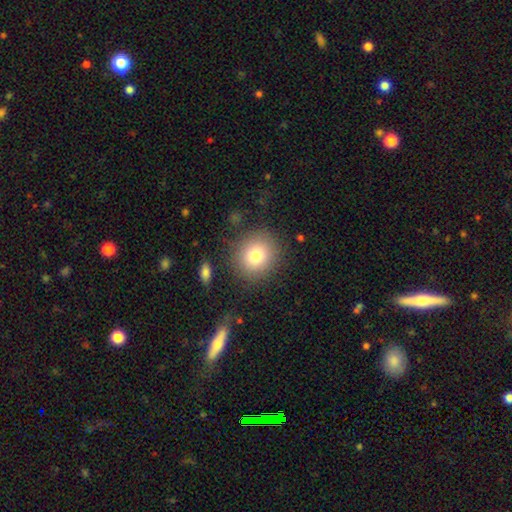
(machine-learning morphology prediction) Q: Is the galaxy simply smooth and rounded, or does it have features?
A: smooth — 78%.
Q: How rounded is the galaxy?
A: round — 86%.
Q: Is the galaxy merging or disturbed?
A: none — 85%.